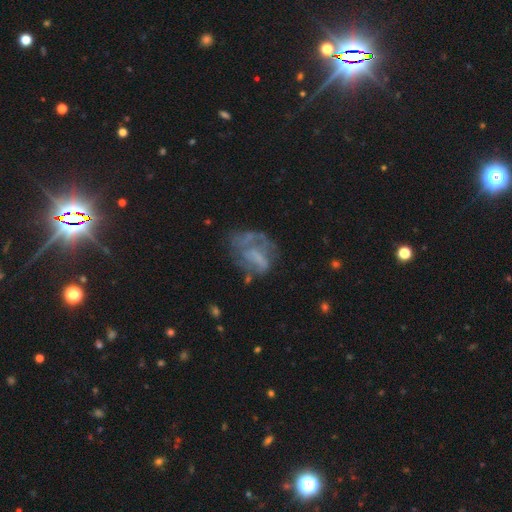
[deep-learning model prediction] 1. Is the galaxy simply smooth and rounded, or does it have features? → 61% featured or disk, 27% smooth, 12% star or artifact.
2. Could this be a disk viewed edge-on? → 97% no, 3% yes.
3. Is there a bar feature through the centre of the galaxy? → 62% no, 27% weak, 11% strong.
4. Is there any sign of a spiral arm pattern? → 53% no, 47% yes.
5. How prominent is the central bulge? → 63% none, 18% small, 13% moderate, 5% large, 1% dominant.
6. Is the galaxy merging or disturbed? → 39% none, 33% major disturbance, 23% minor disturbance, 6% merger.